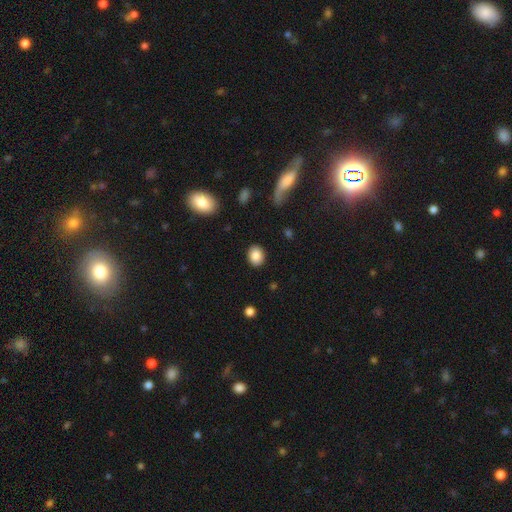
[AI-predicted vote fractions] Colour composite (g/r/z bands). It shows a smooth galaxy with no disk features (85%) that is round (55%). Merging: none (89%).